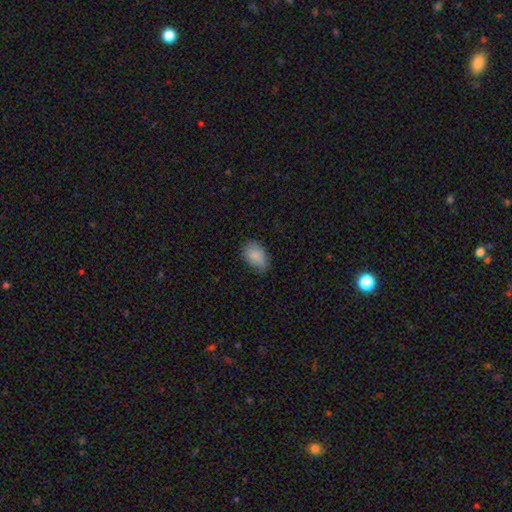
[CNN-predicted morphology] smooth 86%, star or artifact 7%, featured or disk 6%. Down the decision tree: how rounded — in between (88%); merging — none (74%).